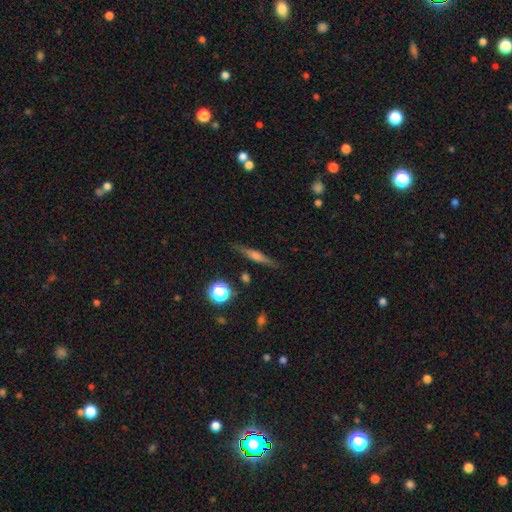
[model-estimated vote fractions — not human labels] A featured or disk galaxy (57%) viewed edge-on (96%) with a rounded central bulge (74%).

Vote fractions:
- Smooth or featured? featured or disk: 57% / smooth: 33% / star or artifact: 10%
- Edge-on disk? yes: 96% / no: 4%
- Edge-on bulge? rounded: 74% / boxy: 13% / none: 12%
- Merging? none: 87% / minor disturbance: 9% / major disturbance: 2% / merger: 2%